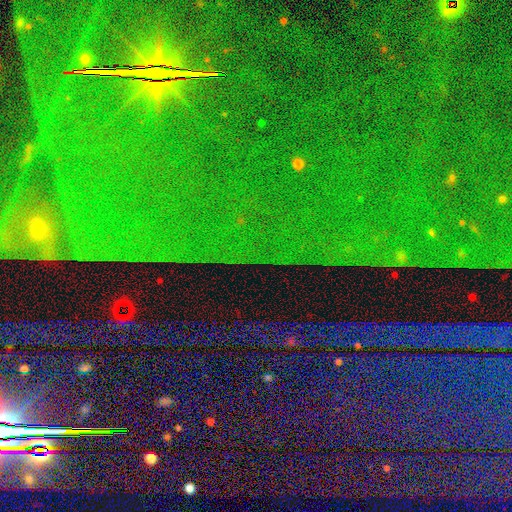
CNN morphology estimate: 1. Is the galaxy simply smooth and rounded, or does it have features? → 88% star or artifact, 6% featured or disk, 6% smooth.